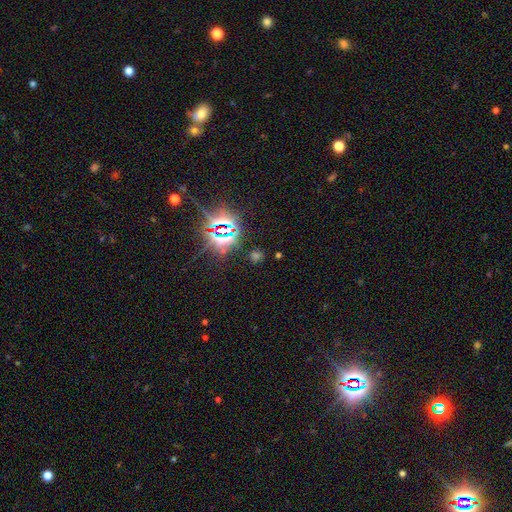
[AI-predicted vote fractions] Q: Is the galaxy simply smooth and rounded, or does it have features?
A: star or artifact — 68%.